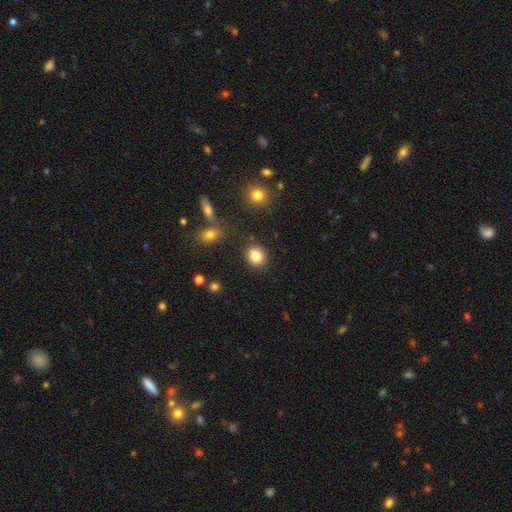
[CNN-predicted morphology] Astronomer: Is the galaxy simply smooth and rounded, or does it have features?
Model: smooth — 84%.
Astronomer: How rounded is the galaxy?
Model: round — 79%.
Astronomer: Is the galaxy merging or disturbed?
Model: none — 86%.